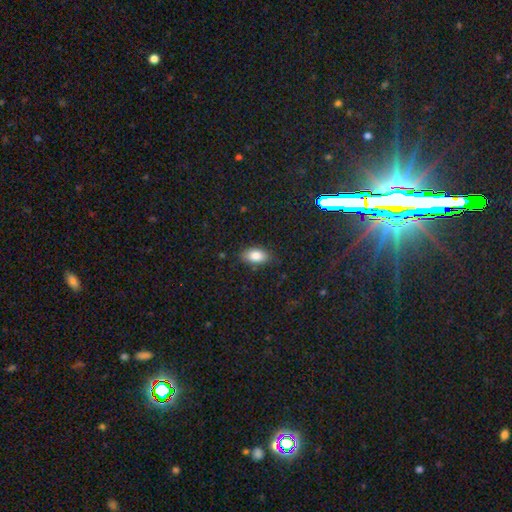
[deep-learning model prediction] Smooth or featured: smooth — 84% (star or artifact — 9%)
How rounded: in between — 91% (round — 5%)
Merging: none — 83% (minor disturbance — 13%)